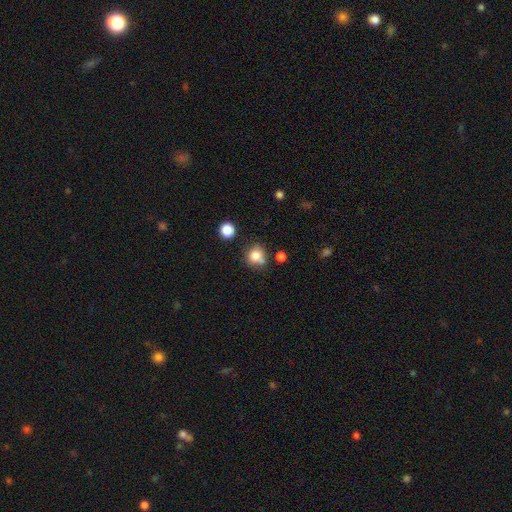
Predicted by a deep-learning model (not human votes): Smooth or featured? Predicted: smooth (p=0.79). How rounded? Predicted: round (p=0.82). Merging? Predicted: none (p=0.63).